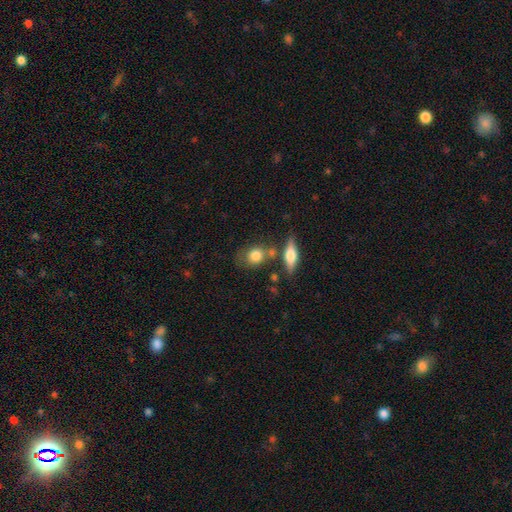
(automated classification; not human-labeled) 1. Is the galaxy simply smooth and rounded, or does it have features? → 78% smooth, 15% featured or disk, 7% star or artifact.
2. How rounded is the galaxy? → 51% round, 45% in between, 4% cigar-shaped.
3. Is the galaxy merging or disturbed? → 54% none, 20% minor disturbance, 18% merger, 8% major disturbance.